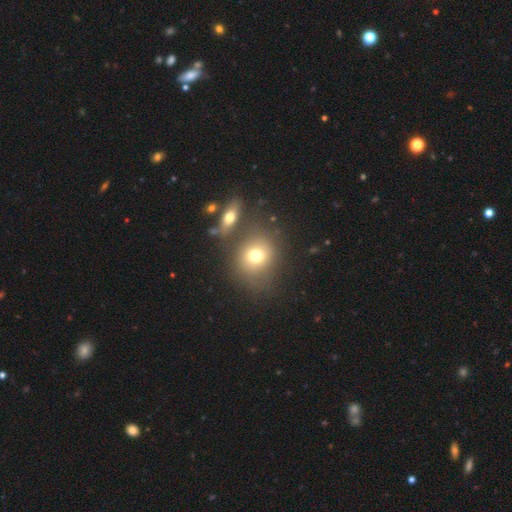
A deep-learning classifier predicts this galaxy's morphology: Smooth or featured?
  - smooth: 72% *
  - featured or disk: 15%
  - star or artifact: 13%
How rounded?
  - round: 70% *
  - in between: 28%
  - cigar-shaped: 1%
Merging?
  - none: 64% *
  - merger: 17%
  - minor disturbance: 13%
  - major disturbance: 6%